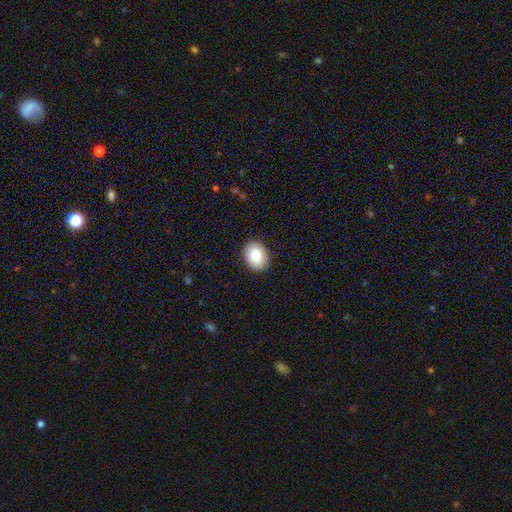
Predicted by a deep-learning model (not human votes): A smooth galaxy with no disk features (87%) that is in between round and cigar-shaped (70%).

Vote fractions:
- Smooth or featured? smooth: 87% / star or artifact: 7% / featured or disk: 6%
- How rounded? in between: 70% / round: 29% / cigar-shaped: 1%
- Merging? none: 90% / minor disturbance: 8% / major disturbance: 2% / merger: 1%